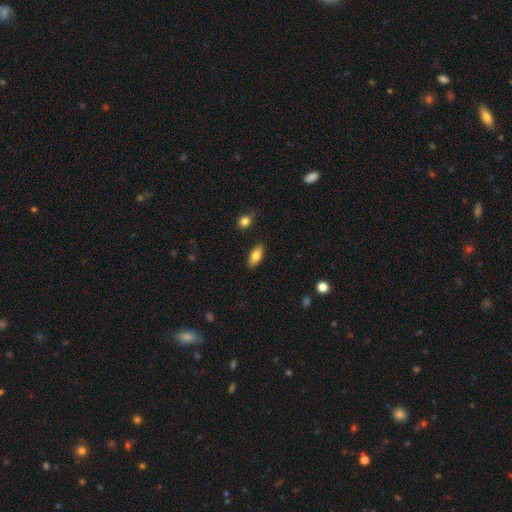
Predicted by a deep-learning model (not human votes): Smooth or featured: smooth — 81% (featured or disk — 12%)
How rounded: in between — 88% (cigar-shaped — 9%)
Merging: none — 86% (minor disturbance — 10%)